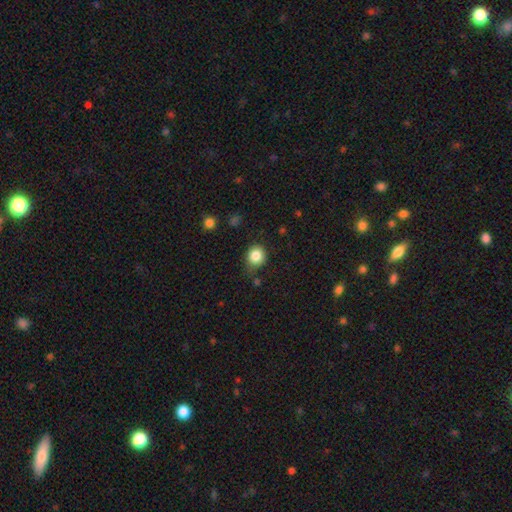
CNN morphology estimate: Overall: smooth (84%). How rounded: round (81%). Merging: none (73%).